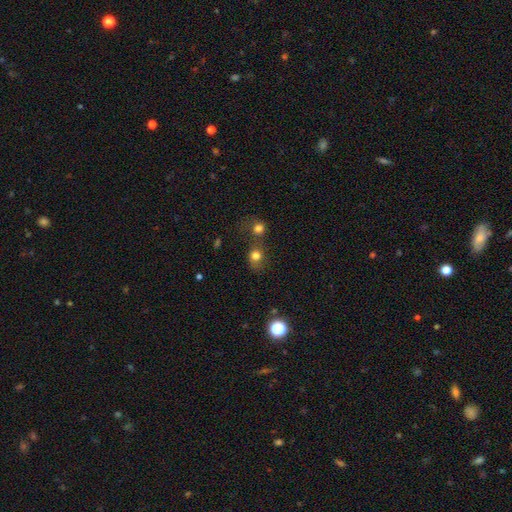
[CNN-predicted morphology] Smooth or featured: smooth — 75% (star or artifact — 16%)
How rounded: round — 71% (in between — 28%)
Merging: none — 47% (merger — 34%)